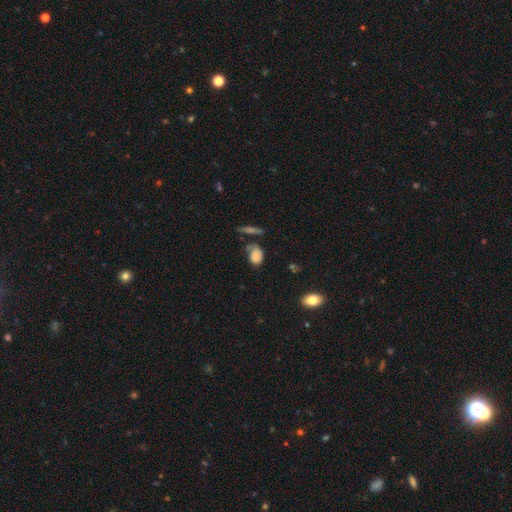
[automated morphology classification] smooth_or_featured: smooth (p=0.81) [alt: star or artifact p=0.10]
how_rounded: in between (p=0.74) [alt: round p=0.23]
merging: none (p=0.52) [alt: minor disturbance p=0.25]